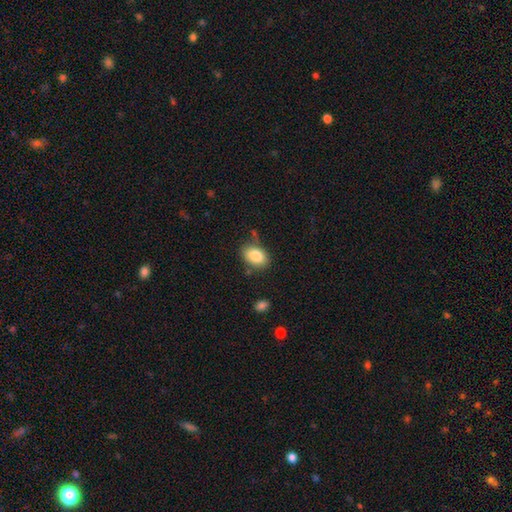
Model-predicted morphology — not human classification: The model was most divided on "merging": none: 73%, minor disturbance: 17%, merger: 5%, major disturbance: 5%. More confident: smooth or featured — smooth (85%); how rounded — in between (82%).